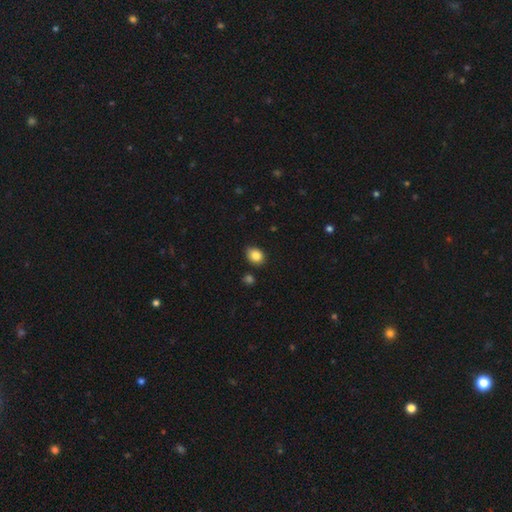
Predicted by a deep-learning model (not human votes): smooth-or-featured: smooth: 85% | star or artifact: 10% | featured or disk: 5%
  how-rounded: in between: 54% | round: 45% | cigar-shaped: 1%
  merging: none: 81% | minor disturbance: 14% | merger: 3% | major disturbance: 2%